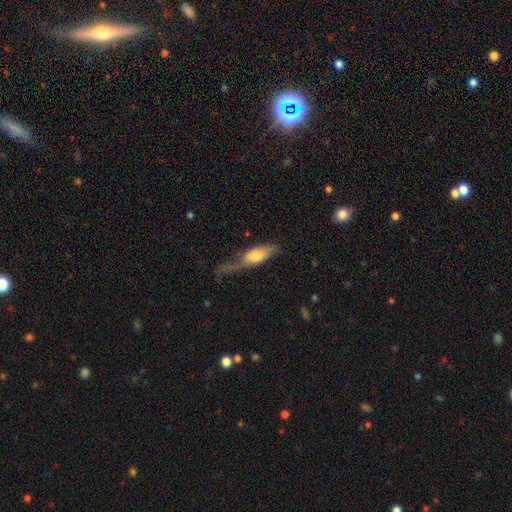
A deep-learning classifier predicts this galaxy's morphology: Smooth or featured?
  - smooth: 61% *
  - featured or disk: 33%
  - star or artifact: 6%
How rounded?
  - in between: 71% *
  - cigar-shaped: 26%
  - round: 4%
Merging?
  - major disturbance: 41% *
  - minor disturbance: 29%
  - none: 25%
  - merger: 5%